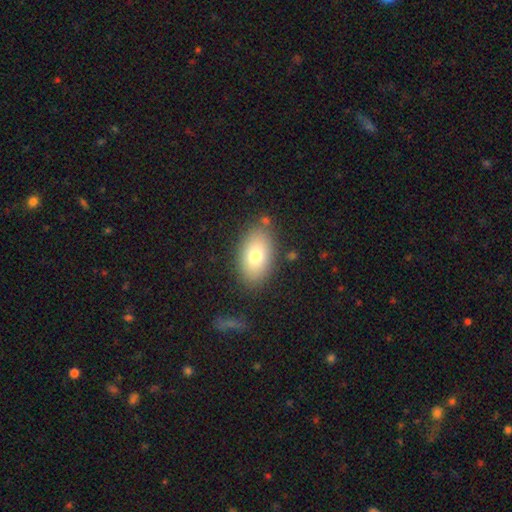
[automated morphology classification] smooth_or_featured: smooth (p=0.76) [alt: featured or disk p=0.16]
how_rounded: in between (p=0.90) [alt: round p=0.08]
merging: none (p=0.82) [alt: minor disturbance p=0.11]